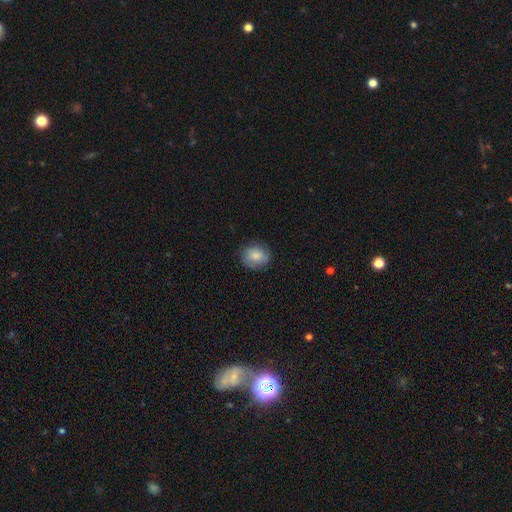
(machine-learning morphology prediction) smooth-or-featured: smooth: 77% | featured or disk: 16% | star or artifact: 8%
  how-rounded: round: 71% | in between: 28% | cigar-shaped: 1%
  merging: none: 81% | minor disturbance: 14% | major disturbance: 4% | merger: 1%